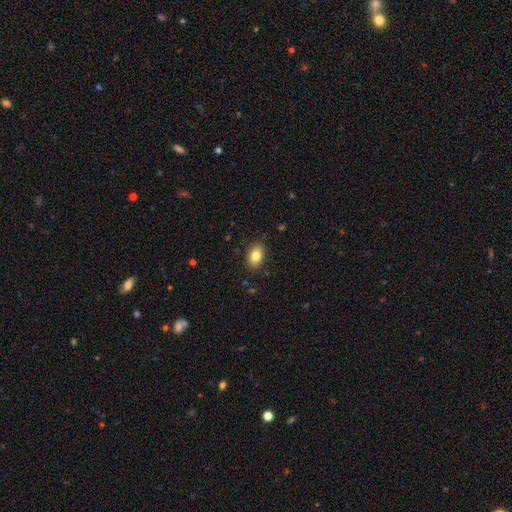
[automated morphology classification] This is clearly a smooth galaxy (83%). How rounded: clearly in between (85%). Merging: clearly none (87%).